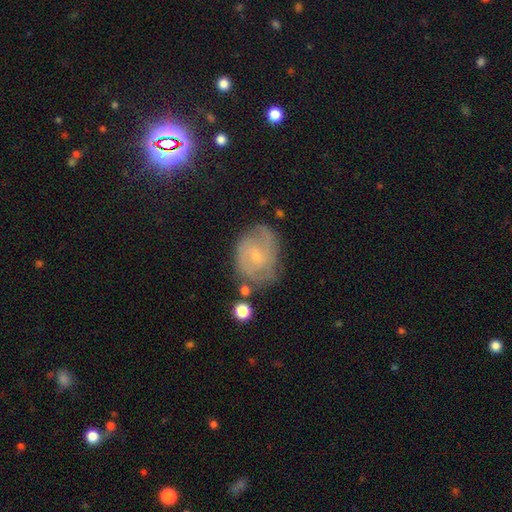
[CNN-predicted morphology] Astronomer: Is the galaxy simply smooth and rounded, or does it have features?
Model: featured or disk — 76%.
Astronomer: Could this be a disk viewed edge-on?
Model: no — 97%.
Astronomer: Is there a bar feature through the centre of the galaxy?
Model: no — 47% (runner-up: weak, 45%).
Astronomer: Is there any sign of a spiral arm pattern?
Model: yes — 91%.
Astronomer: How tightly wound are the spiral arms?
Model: tight — 47% (runner-up: medium, 40%).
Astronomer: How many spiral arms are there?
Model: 2 — 45% (runner-up: can't tell, 29%).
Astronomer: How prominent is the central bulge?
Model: small — 76%.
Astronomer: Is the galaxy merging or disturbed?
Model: none — 66%.